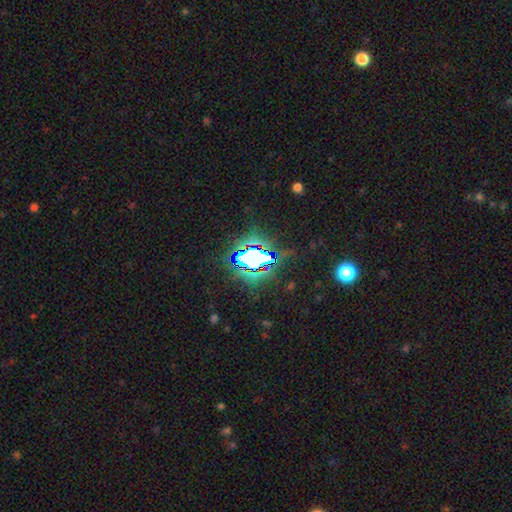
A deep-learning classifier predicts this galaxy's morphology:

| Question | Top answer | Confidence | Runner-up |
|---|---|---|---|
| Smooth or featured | star or artifact | 73% | smooth (17%) |